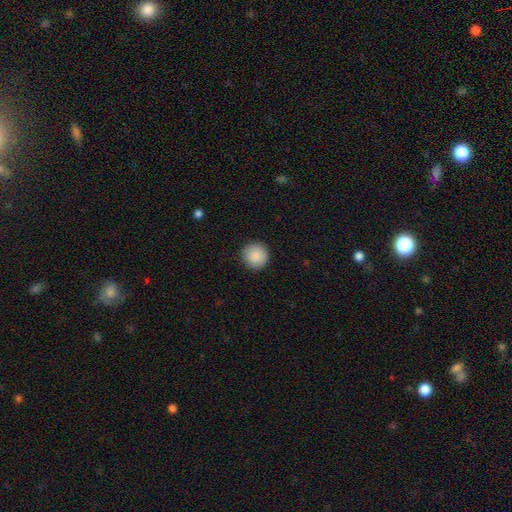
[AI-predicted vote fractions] The model was most divided on "smooth or featured": smooth: 88%, star or artifact: 8%, featured or disk: 4%. More confident: how rounded — round (95%); merging — none (91%).